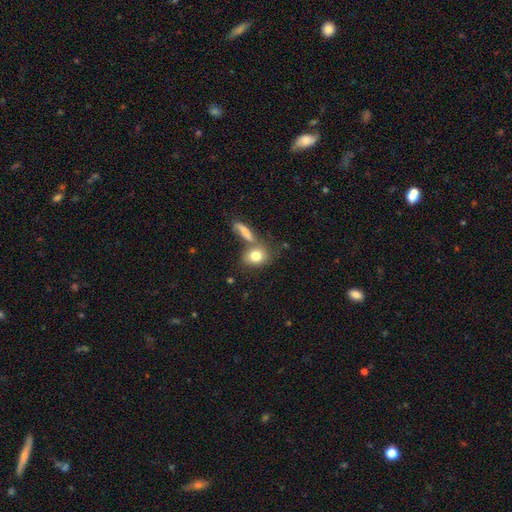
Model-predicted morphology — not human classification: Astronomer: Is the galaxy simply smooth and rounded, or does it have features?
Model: smooth — 79%.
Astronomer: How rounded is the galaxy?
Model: round — 51% (runner-up: in between, 46%).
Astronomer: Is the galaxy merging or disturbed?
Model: none — 53% (runner-up: merger, 29%).